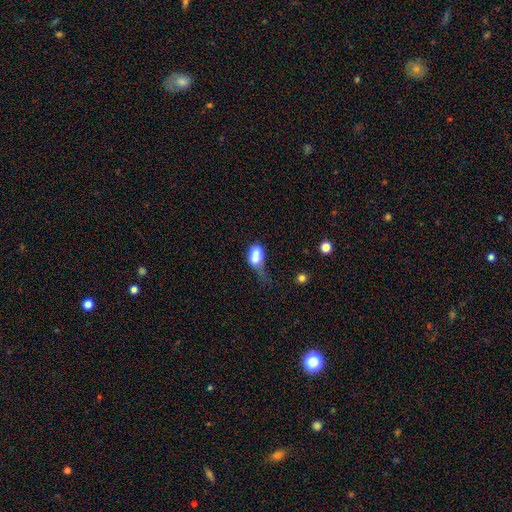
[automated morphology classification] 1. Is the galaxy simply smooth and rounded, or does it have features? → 74% smooth, 16% featured or disk, 10% star or artifact.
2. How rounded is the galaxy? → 83% in between, 13% round, 4% cigar-shaped.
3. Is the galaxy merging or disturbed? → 33% major disturbance, 27% minor disturbance, 22% merger, 18% none.